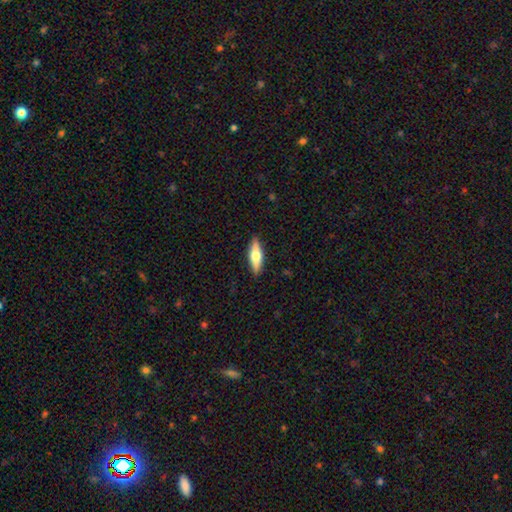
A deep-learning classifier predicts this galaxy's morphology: Smooth or featured?
  - smooth: 49% *
  - featured or disk: 45%
  - star or artifact: 6%
Merging?
  - none: 90% *
  - minor disturbance: 7%
  - major disturbance: 2%
  - merger: 1%